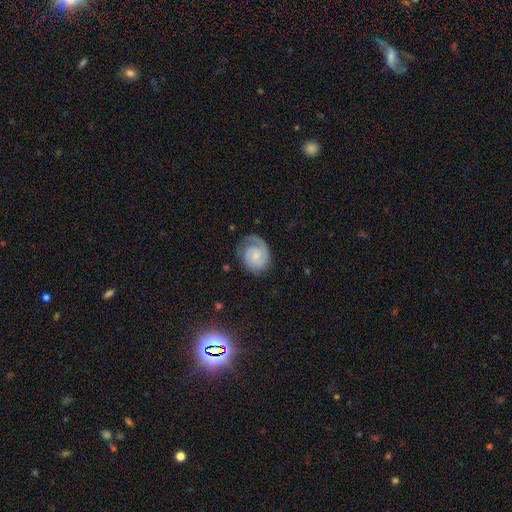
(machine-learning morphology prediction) featured or disk 73%, smooth 21%, star or artifact 6%. Down the decision tree: edge-on disk — no (98%); bar — no (68%); spiral arms — yes (94%); spiral arm count — 1 (49%); spiral winding — tight (57%); bulge size — small (56%); merging — none (63%).